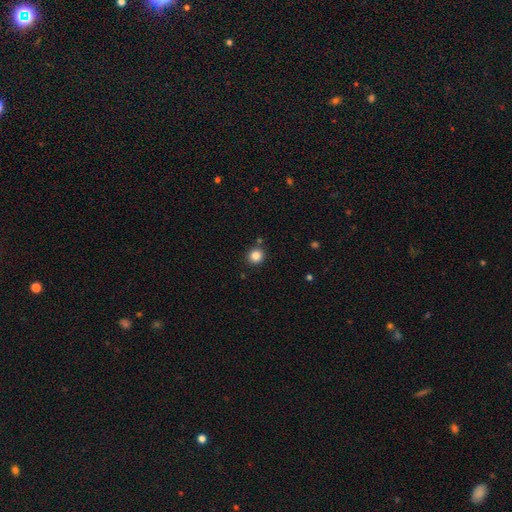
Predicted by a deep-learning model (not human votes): Overall: smooth (85%). How rounded: round (90%). Merging: none (87%).